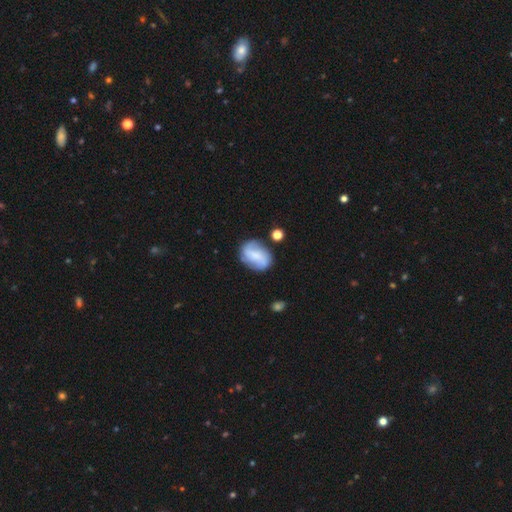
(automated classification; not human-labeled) The model was most divided on "bar": weak: 43%, no: 40%, strong: 17%. Remaining: edge-on disk — no (97%); spiral arms — yes (87%); merging — none (69%); smooth or featured — featured or disk (54%); bulge size — small (38%).